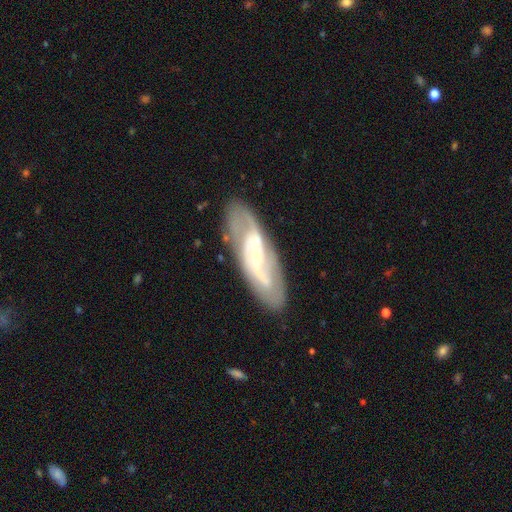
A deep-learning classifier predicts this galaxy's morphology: Smooth or featured? Predicted: featured or disk (p=0.78). Edge-on disk? Predicted: no (p=0.88). Bar? Predicted: weak (p=0.43). Spiral arms? Predicted: yes (p=0.91). Spiral winding? Predicted: medium (p=0.45). Spiral arm count? Predicted: 2 (p=0.69). Bulge size? Predicted: small (p=0.64). Merging? Predicted: none (p=0.77).